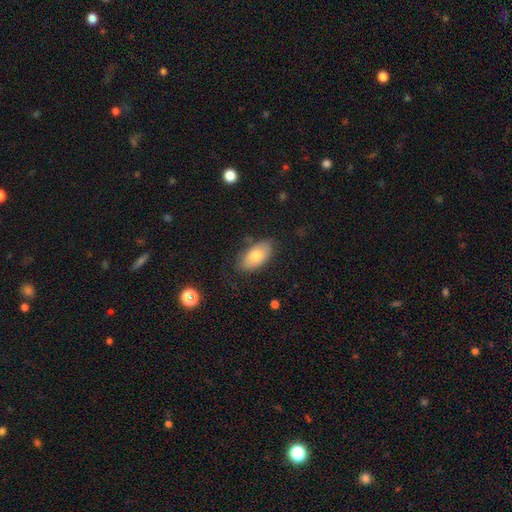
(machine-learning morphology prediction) This is likely a smooth galaxy (76%). How rounded: clearly in between (94%). Merging: likely none (74%).